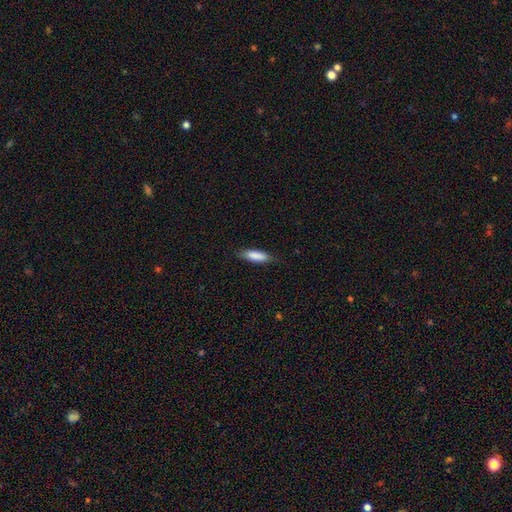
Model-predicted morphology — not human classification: Smooth or featured: smooth — 87% (featured or disk — 7%)
How rounded: cigar-shaped — 51% (in between — 48%)
Merging: none — 83% (minor disturbance — 14%)